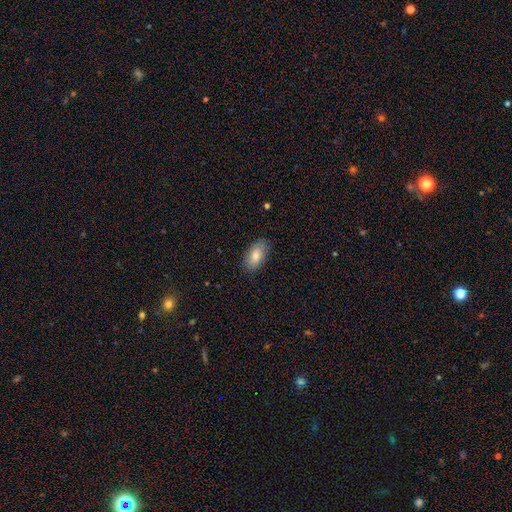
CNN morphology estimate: type=smooth (78%); roundness=in between (92%); merging=none (86%).